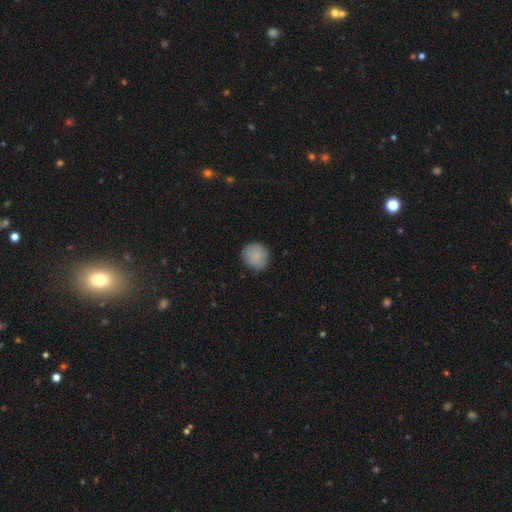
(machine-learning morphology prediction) smooth-or-featured: smooth: 85% | star or artifact: 8% | featured or disk: 6%
  how-rounded: round: 86% | in between: 13% | cigar-shaped: 1%
  merging: none: 85% | minor disturbance: 12% | major disturbance: 3% | merger: 1%